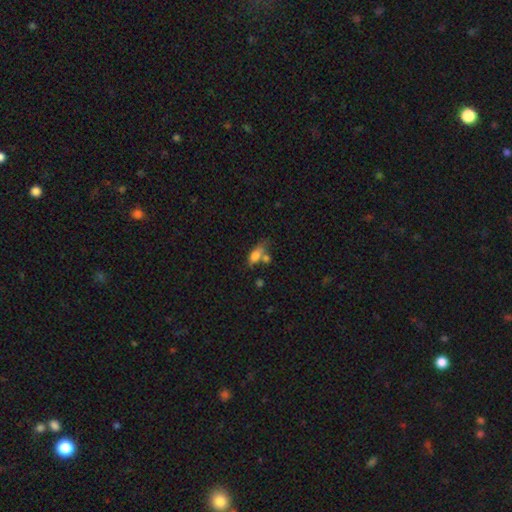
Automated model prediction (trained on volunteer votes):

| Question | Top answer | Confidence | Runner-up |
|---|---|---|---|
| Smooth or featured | smooth | 73% | featured or disk (18%) |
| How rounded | in between | 77% | cigar-shaped (18%) |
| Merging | none | 41% | merger (29%) |